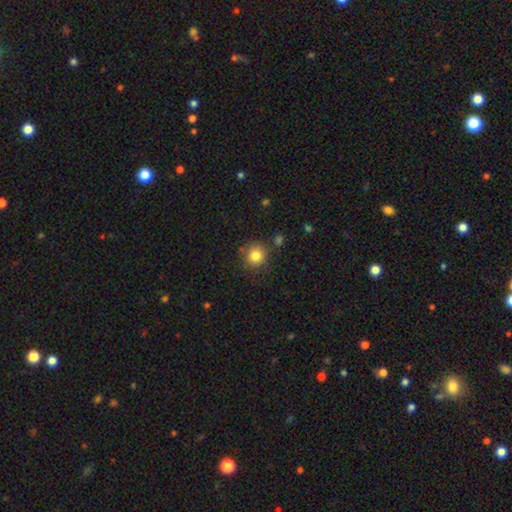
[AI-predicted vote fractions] smooth_or_featured: smooth (p=0.83) [alt: star or artifact p=0.11]
how_rounded: round (p=0.91) [alt: in between p=0.09]
merging: none (p=0.81) [alt: minor disturbance p=0.11]